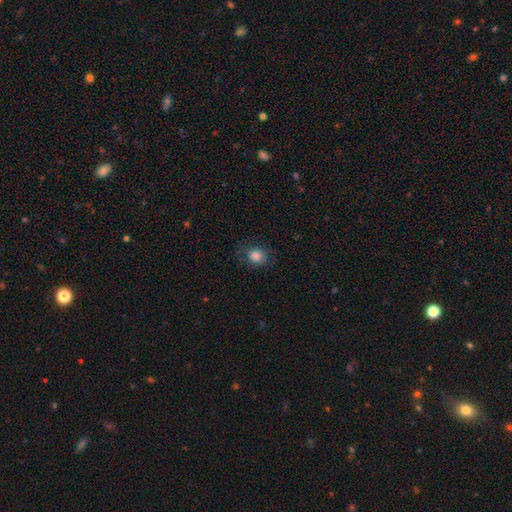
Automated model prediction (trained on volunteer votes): The model was most divided on "how rounded": round: 71%, in between: 28%, cigar-shaped: 1%. More confident: smooth or featured — smooth (84%); merging — none (79%).